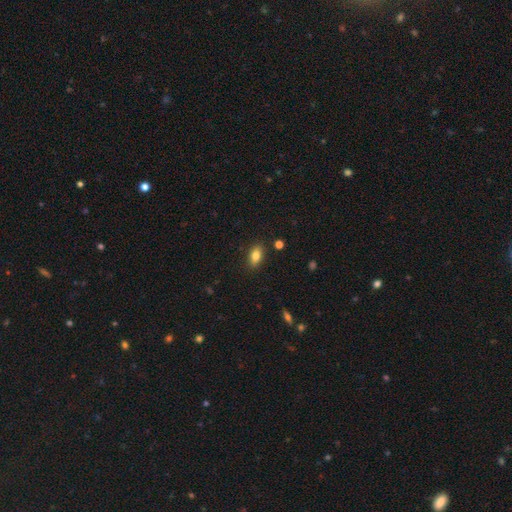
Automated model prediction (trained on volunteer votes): Q: Smooth or featured?
A: smooth (82%); runner-up: featured or disk (10%)
Q: How rounded?
A: in between (87%); runner-up: round (6%)
Q: Merging?
A: none (86%); runner-up: minor disturbance (10%)